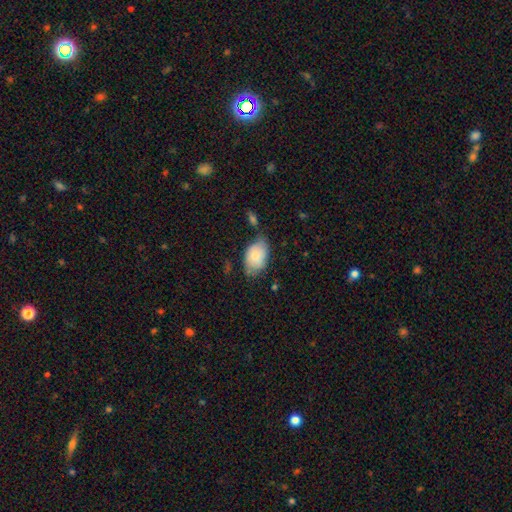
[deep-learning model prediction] The model was most divided on "merging": none: 56%, minor disturbance: 30%, major disturbance: 7%, merger: 7%. More confident: how rounded — in between (86%); smooth or featured — smooth (77%).